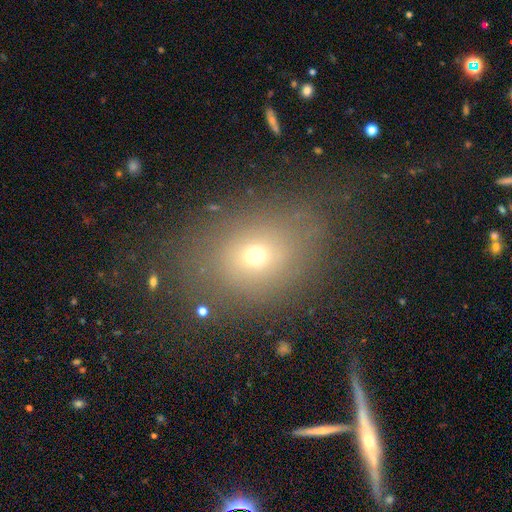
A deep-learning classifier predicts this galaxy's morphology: Smooth or featured: smooth — 64% (star or artifact — 20%)
How rounded: in between — 52% (round — 47%)
Merging: none — 72% (minor disturbance — 16%)